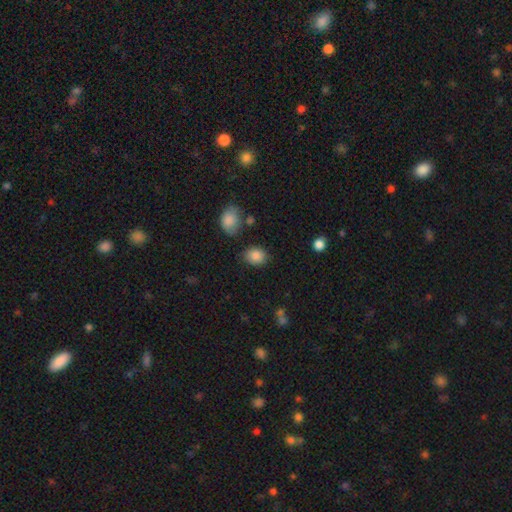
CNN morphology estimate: This is clearly a smooth galaxy (86%). How rounded: possibly round (50%). Merging: likely none (79%).